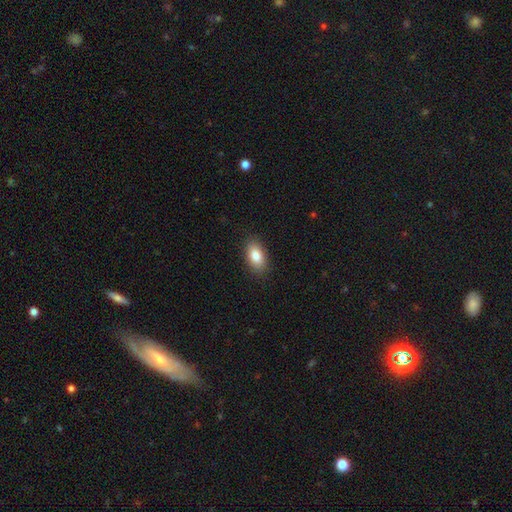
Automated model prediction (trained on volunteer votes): Smooth or featured? Predicted: smooth (p=0.84). How rounded? Predicted: in between (p=0.91). Merging? Predicted: none (p=0.88).